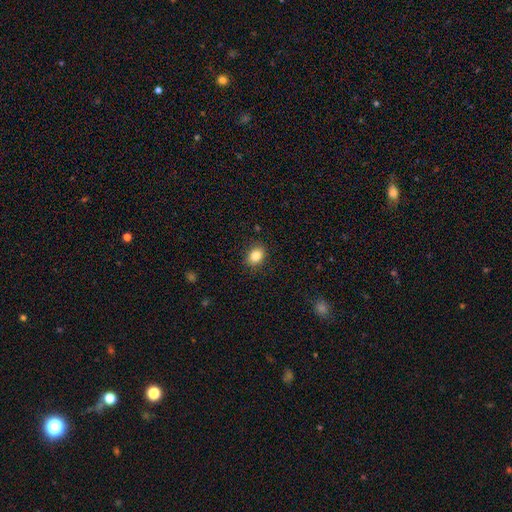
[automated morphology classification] type=smooth (84%); roundness=in between (62%); merging=none (87%).